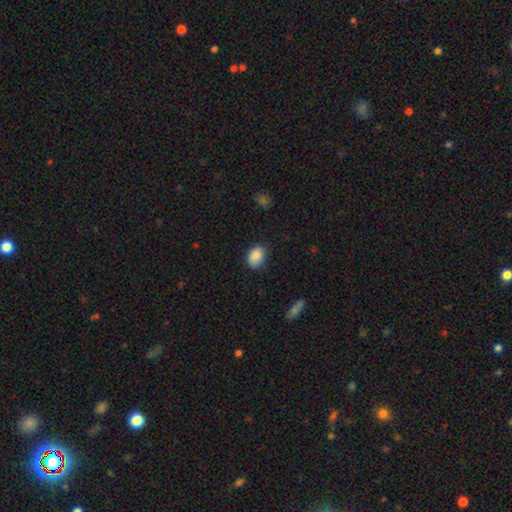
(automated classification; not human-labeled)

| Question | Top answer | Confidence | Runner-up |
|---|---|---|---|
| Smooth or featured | smooth | 87% | star or artifact (8%) |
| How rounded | in between | 76% | round (23%) |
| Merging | none | 76% | minor disturbance (19%) |